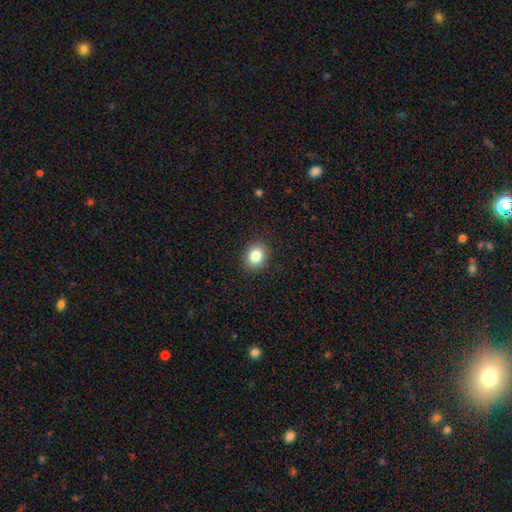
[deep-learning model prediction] Smooth or featured?
  - smooth: 83% *
  - star or artifact: 10%
  - featured or disk: 7%
How rounded?
  - round: 64% *
  - in between: 35%
  - cigar-shaped: 1%
Merging?
  - none: 90% *
  - minor disturbance: 7%
  - major disturbance: 2%
  - merger: 1%